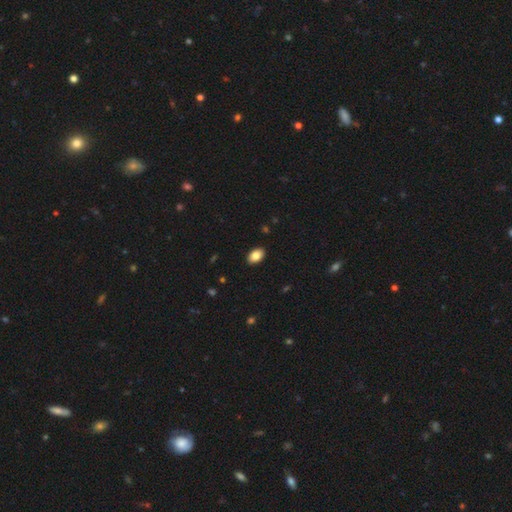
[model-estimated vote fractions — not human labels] smooth_or_featured: smooth (p=0.85) [alt: star or artifact p=0.08]
how_rounded: in between (p=0.90) [alt: round p=0.09]
merging: none (p=0.90) [alt: minor disturbance p=0.07]